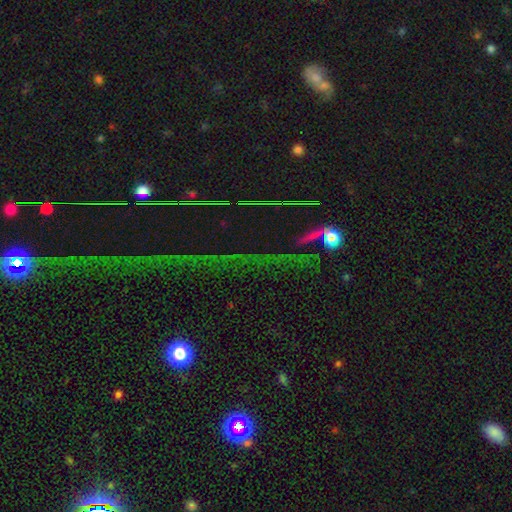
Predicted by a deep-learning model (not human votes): Smooth or featured? star or artifact (81%)